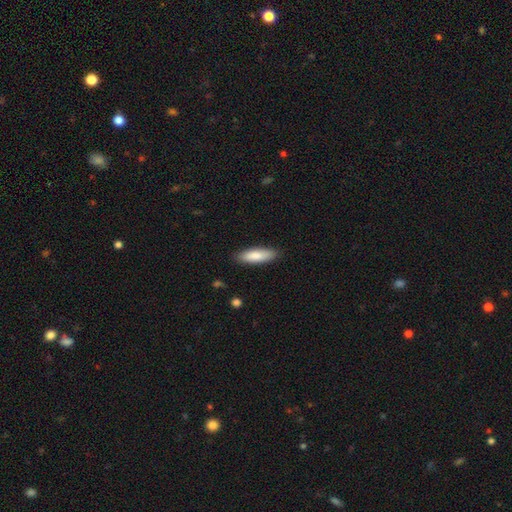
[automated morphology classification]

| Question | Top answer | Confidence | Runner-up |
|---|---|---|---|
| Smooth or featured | smooth | 84% | featured or disk (11%) |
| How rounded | cigar-shaped | 52% | in between (47%) |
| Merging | none | 87% | minor disturbance (10%) |